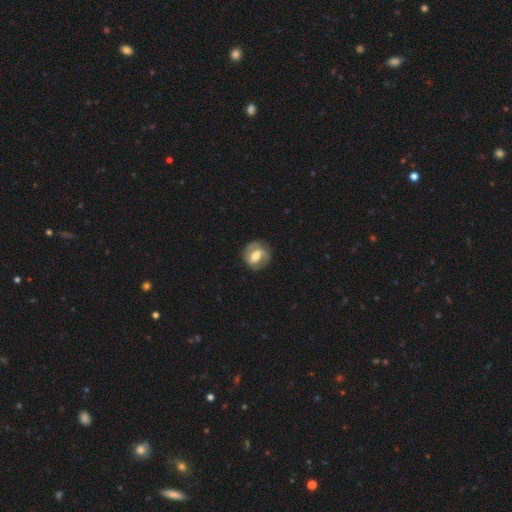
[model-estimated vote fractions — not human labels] Smooth or featured: featured or disk — 60% (smooth — 33%)
Edge-on disk: no — 95% (yes — 5%)
Bar: strong — 42% (weak — 38%)
Spiral arms: yes — 72% (no — 28%)
Bulge size: moderate — 61% (small — 20%)
Merging: none — 76% (minor disturbance — 16%)